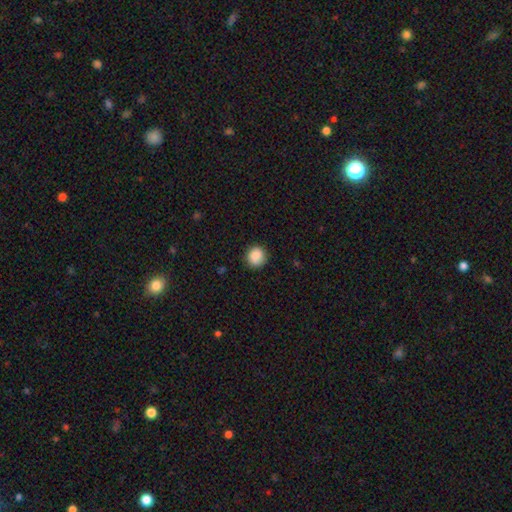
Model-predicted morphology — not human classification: A smooth galaxy with no disk features (87%) that is round (87%).

Vote fractions:
- Smooth or featured? smooth: 87% / star or artifact: 8% / featured or disk: 5%
- How rounded? round: 87% / in between: 12% / cigar-shaped: 1%
- Merging? none: 86% / minor disturbance: 11% / major disturbance: 2% / merger: 1%